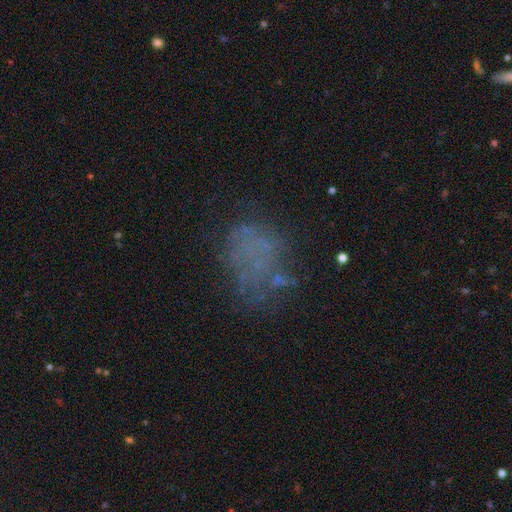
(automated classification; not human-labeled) Morphology: type=featured or disk (36%, tied with smooth); merging=none (54%).